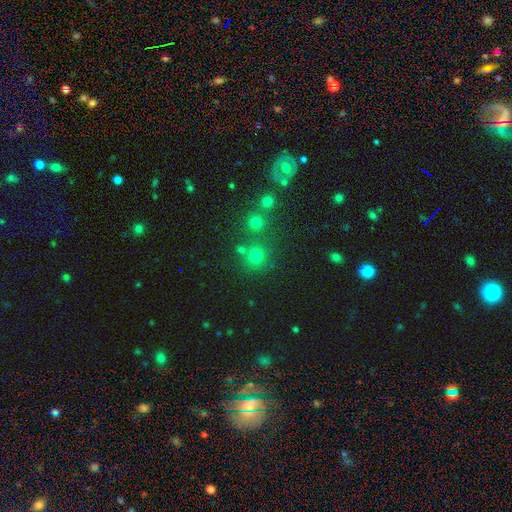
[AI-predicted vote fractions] Q: Smooth or featured?
A: smooth (64%); runner-up: star or artifact (27%)
Q: How rounded?
A: round (89%); runner-up: in between (10%)
Q: Merging?
A: none (71%); runner-up: merger (16%)